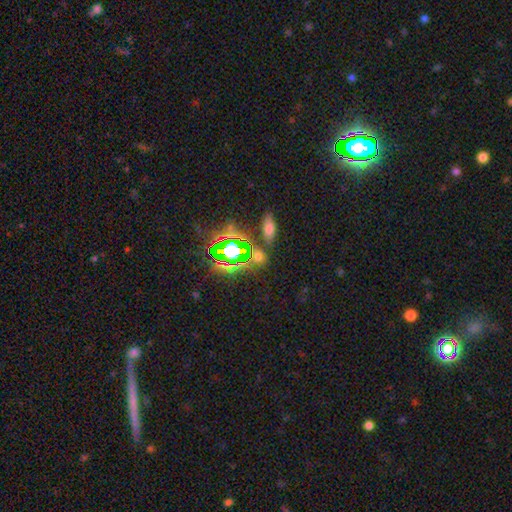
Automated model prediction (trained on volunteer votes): smooth-or-featured: star or artifact: 61% | smooth: 27% | featured or disk: 12%